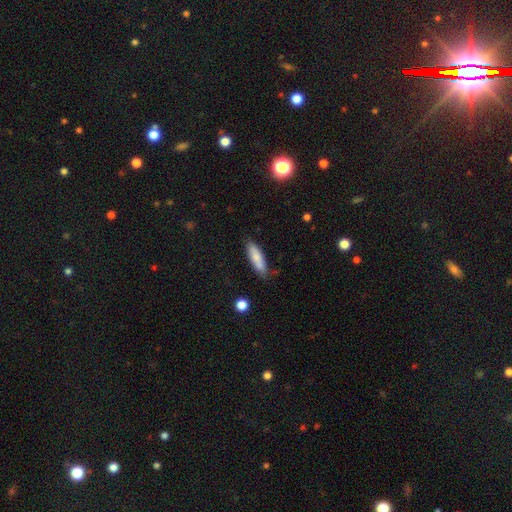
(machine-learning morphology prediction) smooth-or-featured: smooth: 78% | featured or disk: 16% | star or artifact: 6%
  how-rounded: cigar-shaped: 57% | in between: 41% | round: 2%
  merging: none: 71% | minor disturbance: 21% | merger: 4% | major disturbance: 4%